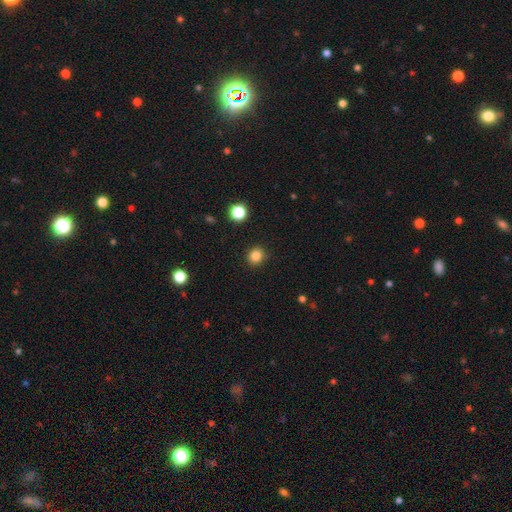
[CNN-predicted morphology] This is clearly a smooth galaxy (84%). How rounded: clearly round (85%). Merging: clearly none (90%).